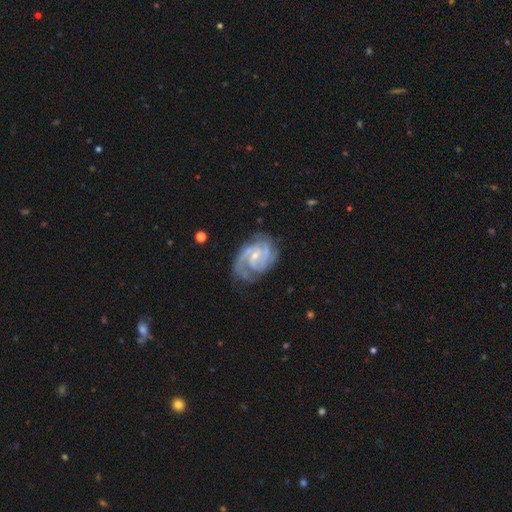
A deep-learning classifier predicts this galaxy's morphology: This is clearly a featured or disk galaxy (91%). It is clearly not viewed edge-on (98%). Bar: possibly weak (53%). Spiral arm pattern: clearly yes (98%). Spiral arm count: possibly 2 (59%). Spiral winding: possibly tight (46%). Central bulge: likely small (67%). Merging: likely none (67%).